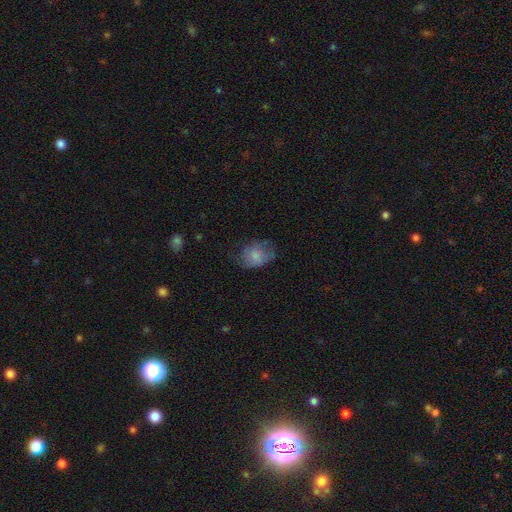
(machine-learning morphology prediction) Smooth or featured? Predicted: smooth (p=0.71). How rounded? Predicted: in between (p=0.72). Merging? Predicted: none (p=0.47).